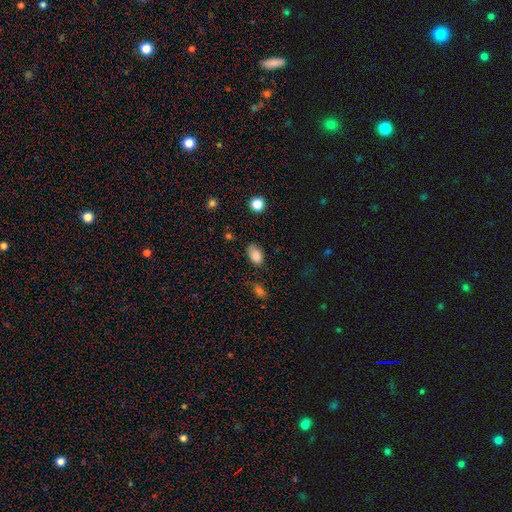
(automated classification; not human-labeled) smooth_or_featured: smooth (p=0.84) [alt: star or artifact p=0.10]
how_rounded: in between (p=0.85) [alt: round p=0.14]
merging: none (p=0.66) [alt: minor disturbance p=0.26]